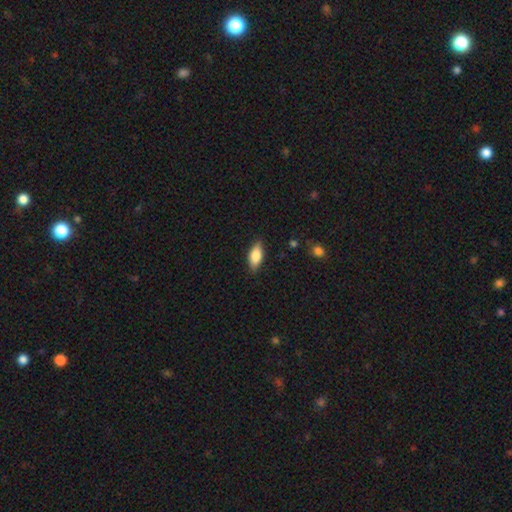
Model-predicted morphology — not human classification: The model was most divided on "smooth or featured": smooth: 78%, featured or disk: 15%, star or artifact: 7%. More confident: merging — none (86%); how rounded — in between (83%).